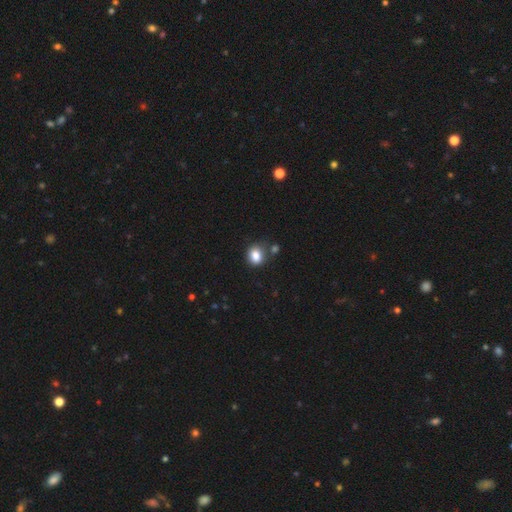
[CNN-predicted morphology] type=smooth (84%); roundness=round (57%); merging=none (68%).